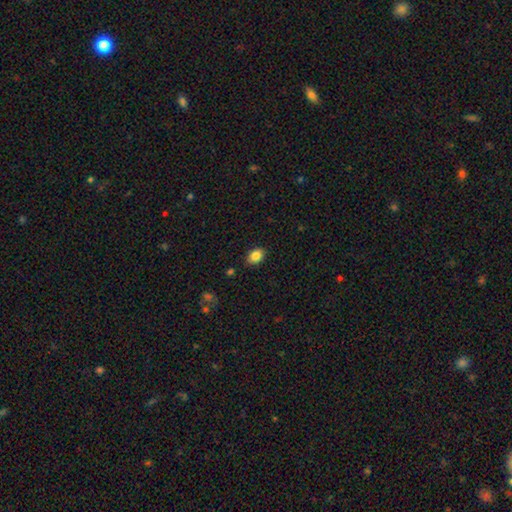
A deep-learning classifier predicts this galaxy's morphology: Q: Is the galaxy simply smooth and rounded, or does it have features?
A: smooth — 85%.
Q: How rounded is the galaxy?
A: in between — 69%.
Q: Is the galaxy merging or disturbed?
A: none — 86%.